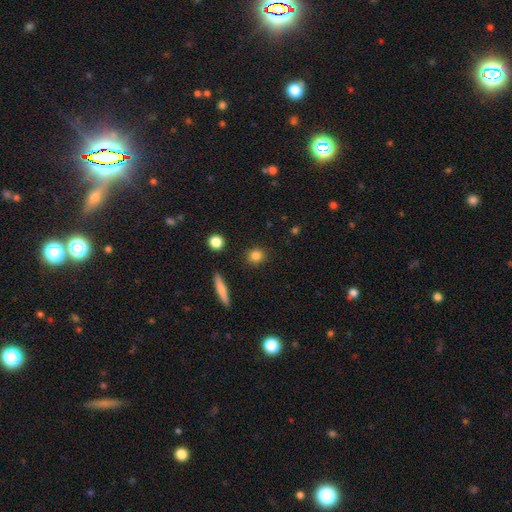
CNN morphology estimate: The model was most divided on "how rounded": round: 82%, in between: 15%, cigar-shaped: 3%. More confident: merging — none (90%); smooth or featured — smooth (84%).